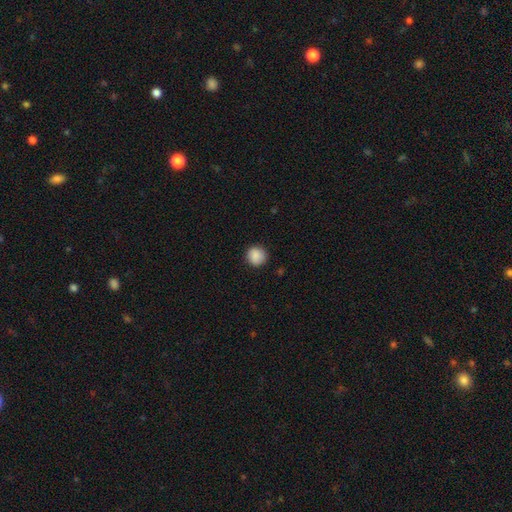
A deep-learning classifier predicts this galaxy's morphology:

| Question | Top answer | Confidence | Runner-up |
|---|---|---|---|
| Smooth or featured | smooth | 88% | star or artifact (8%) |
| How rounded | round | 91% | in between (8%) |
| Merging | none | 87% | minor disturbance (10%) |